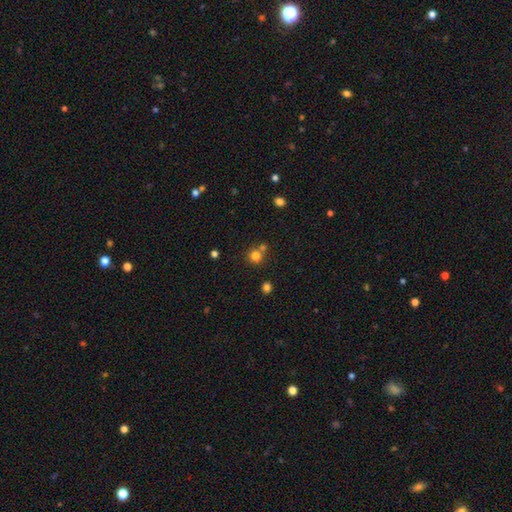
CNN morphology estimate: Smooth or featured? Predicted: smooth (p=0.77). How rounded? Predicted: round (p=0.87). Merging? Predicted: none (p=0.60).